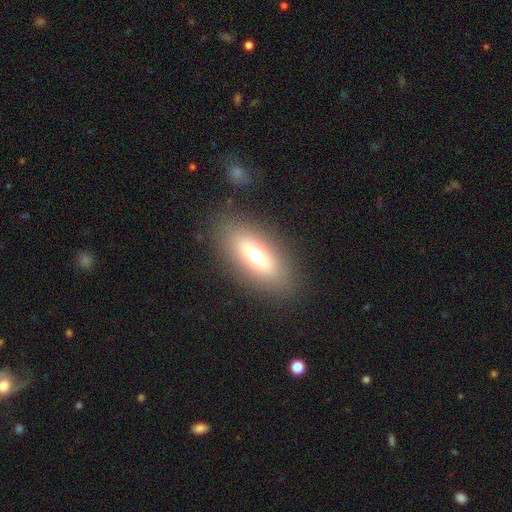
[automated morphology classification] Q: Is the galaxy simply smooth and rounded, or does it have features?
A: smooth — 59%.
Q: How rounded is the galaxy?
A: in between — 76%.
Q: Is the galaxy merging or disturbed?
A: none — 85%.